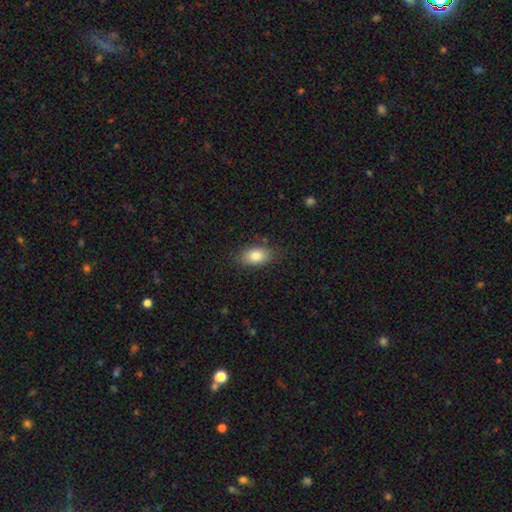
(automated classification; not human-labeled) Smooth or featured? Predicted: smooth (p=0.83). How rounded? Predicted: in between (p=0.89). Merging? Predicted: none (p=0.82).